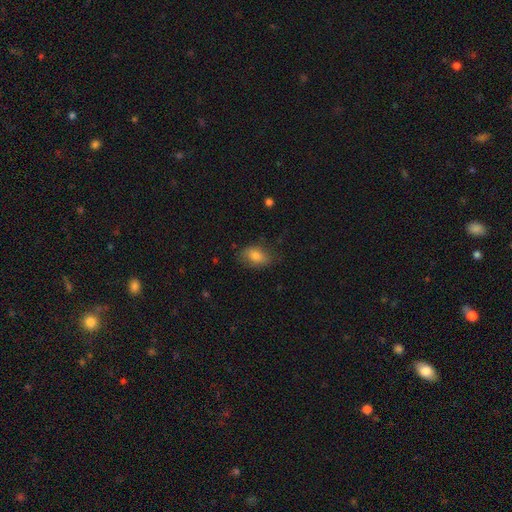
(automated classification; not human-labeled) Overall: smooth (79%). How rounded: in between (86%). Merging: none (73%).